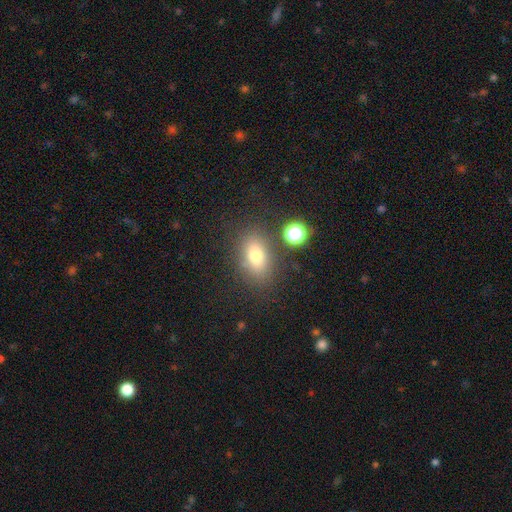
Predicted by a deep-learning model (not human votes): The model was most divided on "how rounded": in between: 79%, round: 18%, cigar-shaped: 3%. More confident: merging — none (78%); smooth or featured — smooth (74%).